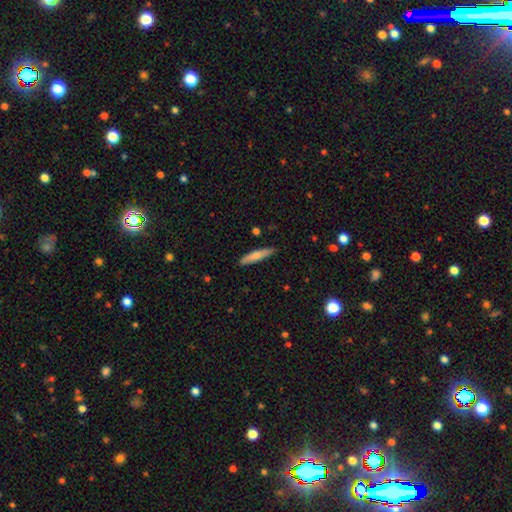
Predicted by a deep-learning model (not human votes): Smooth or featured? Predicted: smooth (p=0.75). How rounded? Predicted: cigar-shaped (p=0.88). Merging? Predicted: none (p=0.86).